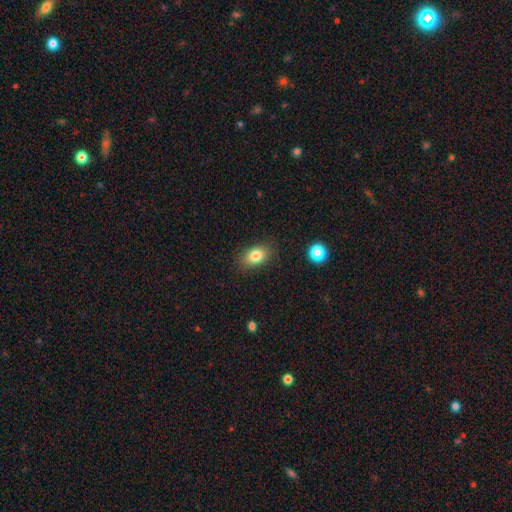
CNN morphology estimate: This appears to be a smooth galaxy with no disk features (82%) that is in between round and cigar-shaped (82%). Merging: none (85%).